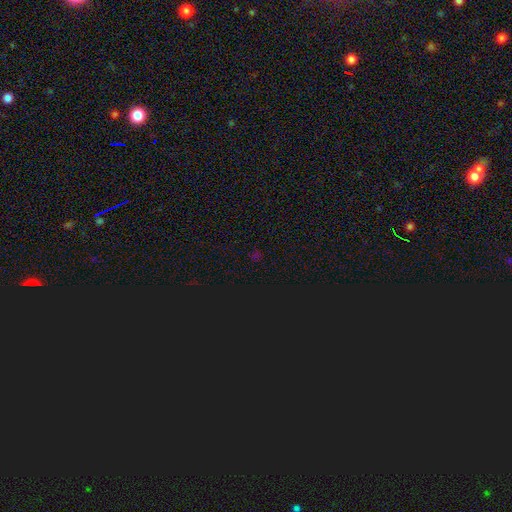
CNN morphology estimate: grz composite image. It shows a star or artifact, not a galaxy (66%).